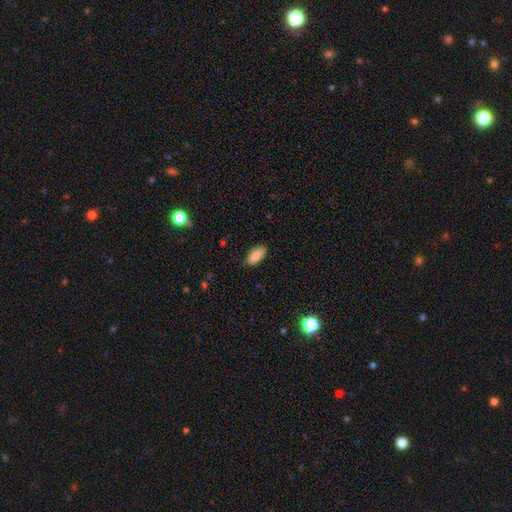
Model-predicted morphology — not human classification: The model was most divided on "merging": none: 83%, minor disturbance: 13%, major disturbance: 2%, merger: 1%. More confident: how rounded — in between (92%); smooth or featured — smooth (85%).